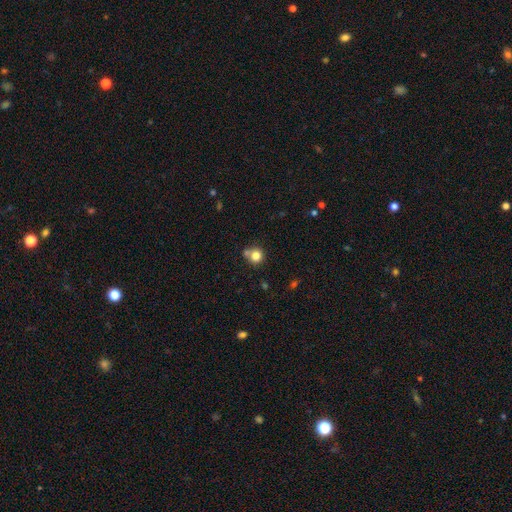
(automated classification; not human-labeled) A smooth galaxy with no disk features (81%) that is round (89%). Merging: none (61%).